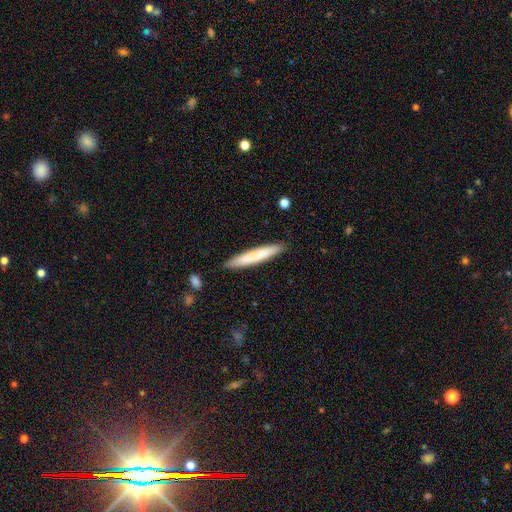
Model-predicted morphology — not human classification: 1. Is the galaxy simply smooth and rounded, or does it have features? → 76% smooth, 19% featured or disk, 5% star or artifact.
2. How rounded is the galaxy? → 94% cigar-shaped, 4% in between, 1% round.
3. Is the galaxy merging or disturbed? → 90% none, 7% minor disturbance, 1% major disturbance, 1% merger.